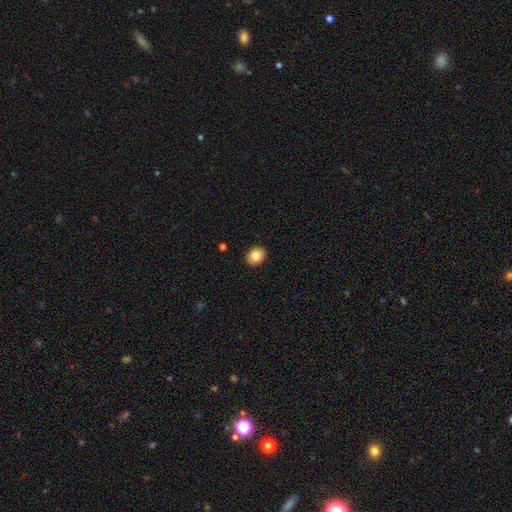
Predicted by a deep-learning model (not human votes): This appears to be a smooth galaxy with no disk features (83%) that is round (64%). Merging: none (92%).